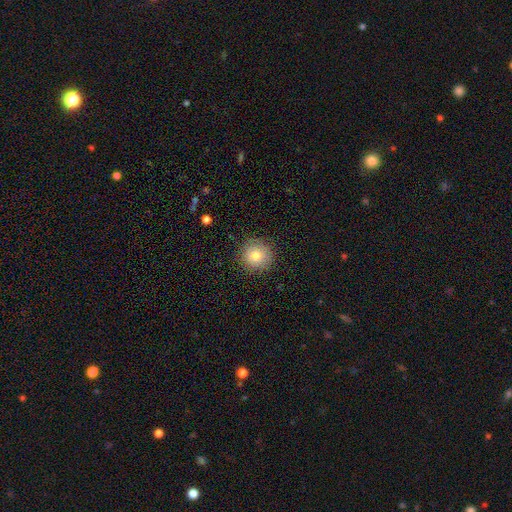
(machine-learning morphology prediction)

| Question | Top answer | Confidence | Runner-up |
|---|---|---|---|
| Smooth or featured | smooth | 79% | featured or disk (11%) |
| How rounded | round | 94% | in between (5%) |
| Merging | none | 87% | minor disturbance (9%) |